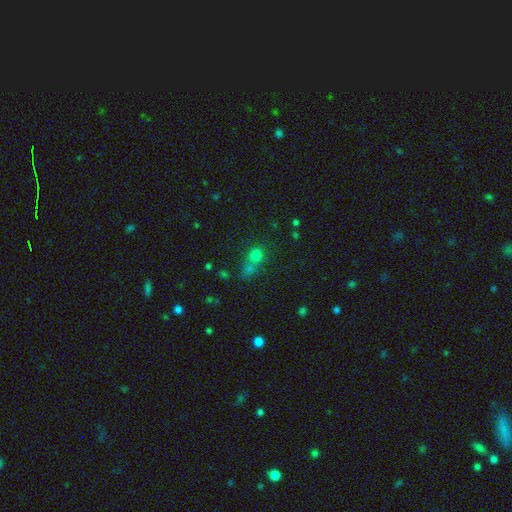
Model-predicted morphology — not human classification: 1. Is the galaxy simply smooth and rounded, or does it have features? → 70% smooth, 20% star or artifact, 10% featured or disk.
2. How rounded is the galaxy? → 78% round, 20% in between, 2% cigar-shaped.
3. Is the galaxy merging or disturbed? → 46% merger, 38% none, 10% minor disturbance, 6% major disturbance.